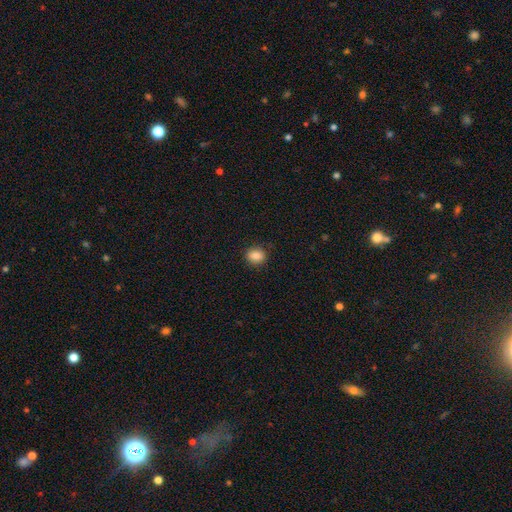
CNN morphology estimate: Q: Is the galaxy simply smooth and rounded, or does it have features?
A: smooth — 86%.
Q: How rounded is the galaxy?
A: round — 61%.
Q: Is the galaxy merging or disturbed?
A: none — 86%.